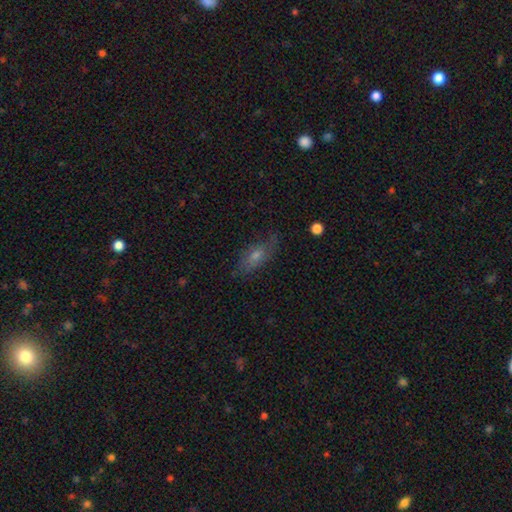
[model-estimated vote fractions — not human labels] smooth_or_featured: smooth (p=0.46) [alt: featured or disk p=0.39]
merging: none (p=0.71) [alt: minor disturbance p=0.20]